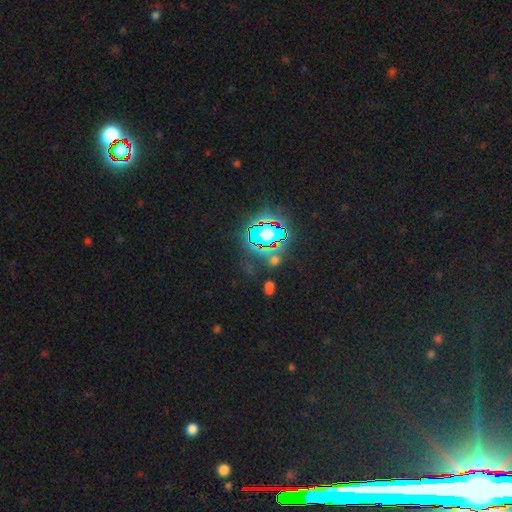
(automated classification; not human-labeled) Smooth or featured? star or artifact (83%)